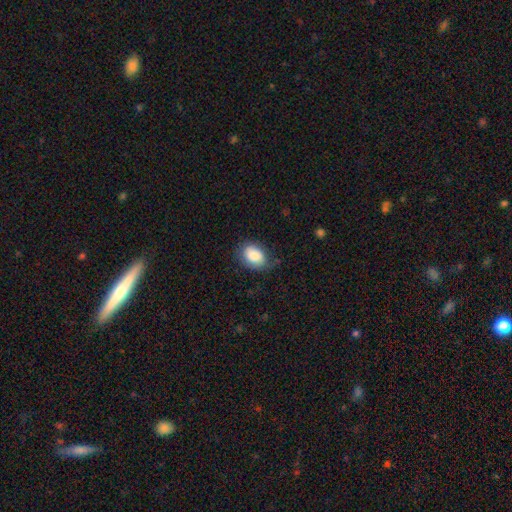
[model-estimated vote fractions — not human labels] This appears to be a smooth galaxy with no disk features (83%) that is in between round and cigar-shaped (79%). Merging: none (64%).